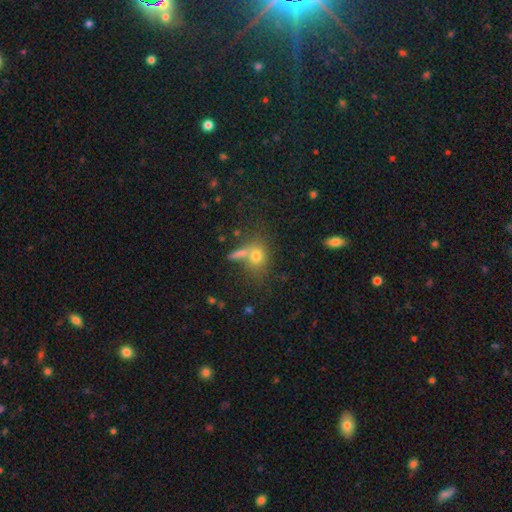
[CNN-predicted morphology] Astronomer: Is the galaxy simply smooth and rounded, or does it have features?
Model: smooth — 73%.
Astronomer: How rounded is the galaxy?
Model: round — 55% (runner-up: in between, 42%).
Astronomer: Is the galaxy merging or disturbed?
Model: none — 54%.